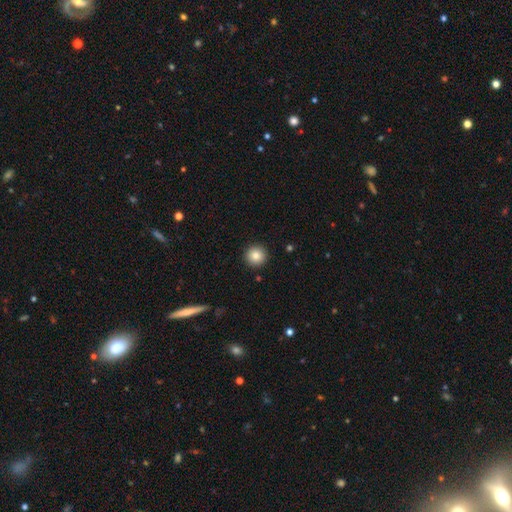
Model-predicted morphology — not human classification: Smooth or featured? smooth (84%)
How rounded? round (95%)
Merging? none (92%)